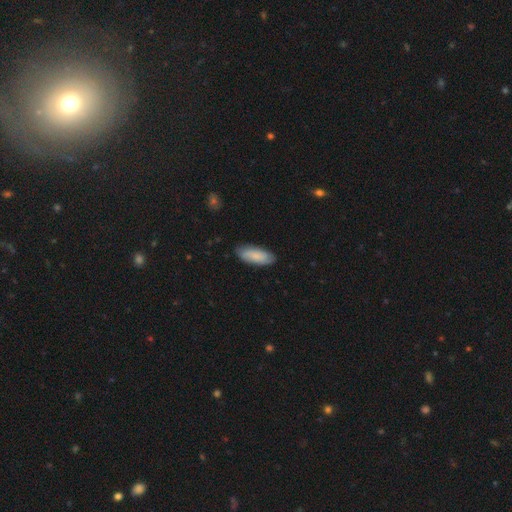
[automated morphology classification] This appears to be a smooth galaxy with no disk features (76%) that is in between round and cigar-shaped (78%). Merging: none (83%).